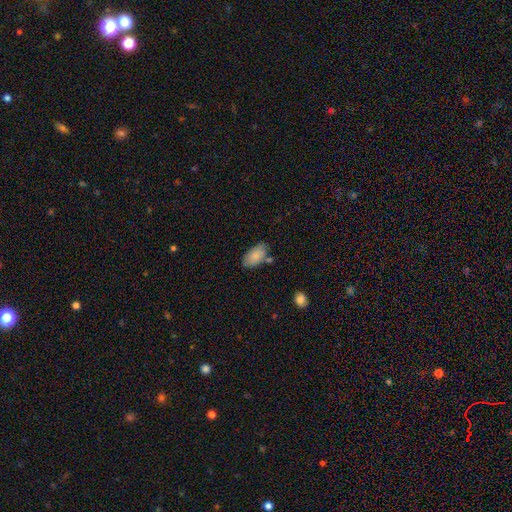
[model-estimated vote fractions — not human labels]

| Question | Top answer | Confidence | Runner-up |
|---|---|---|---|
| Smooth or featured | smooth | 84% | featured or disk (9%) |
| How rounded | in between | 94% | round (3%) |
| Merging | none | 69% | minor disturbance (19%) |